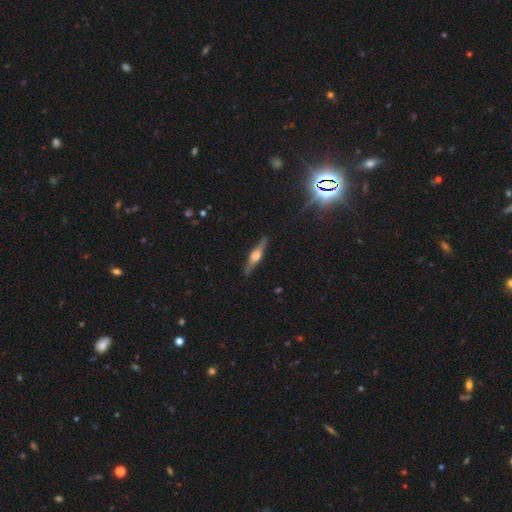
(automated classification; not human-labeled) This is likely a featured or disk galaxy (73%). It is clearly viewed edge-on (97%). Edge-on bulge: clearly rounded (86%). Merging: clearly none (88%).